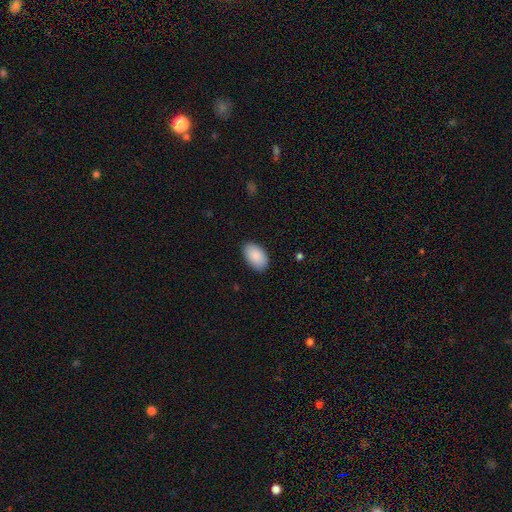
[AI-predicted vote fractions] Q: Smooth or featured?
A: smooth (90%); runner-up: star or artifact (6%)
Q: How rounded?
A: in between (95%); runner-up: round (4%)
Q: Merging?
A: none (88%); runner-up: minor disturbance (9%)